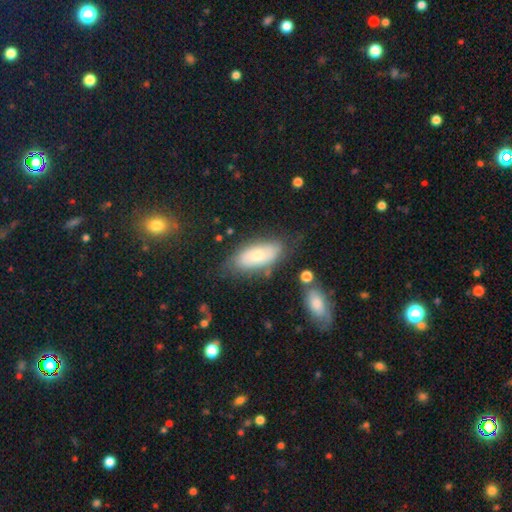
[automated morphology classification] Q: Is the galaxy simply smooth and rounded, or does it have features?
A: smooth — 60%.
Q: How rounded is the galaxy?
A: in between — 84%.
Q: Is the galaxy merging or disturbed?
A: none — 67%.